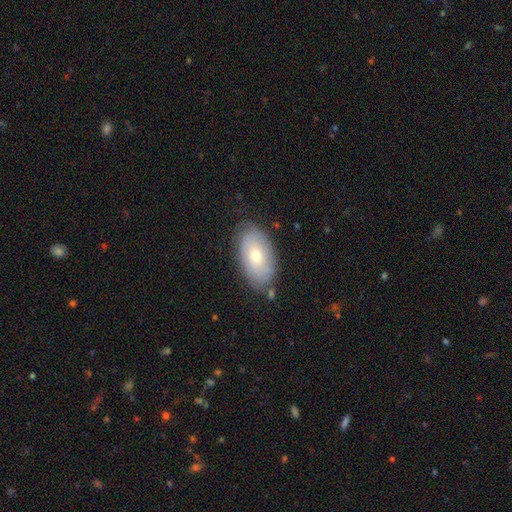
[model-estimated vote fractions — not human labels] Morphology: type=smooth (54%); roundness=in between (92%); merging=none (77%).